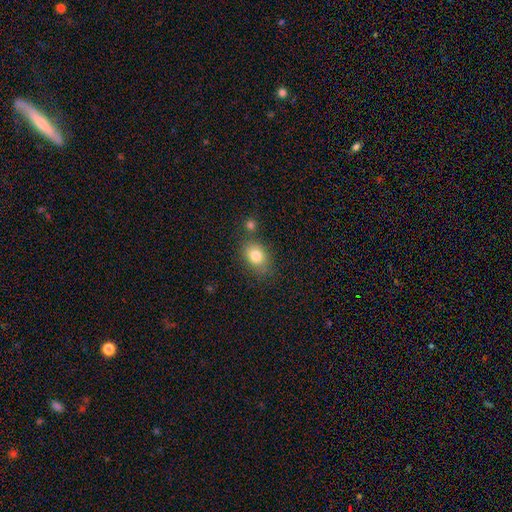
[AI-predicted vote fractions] Smooth or featured: smooth — 81% (featured or disk — 10%)
How rounded: in between — 67% (round — 31%)
Merging: none — 69% (minor disturbance — 16%)